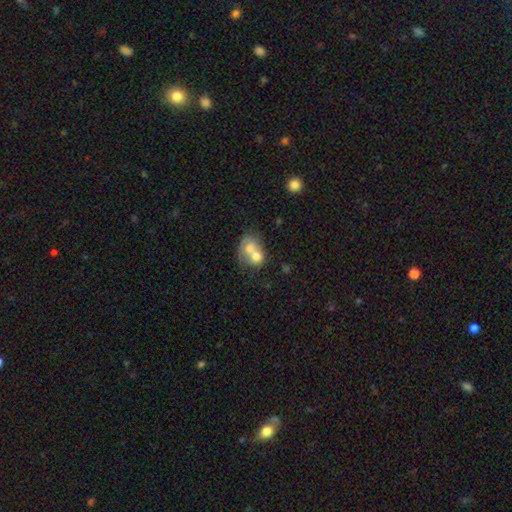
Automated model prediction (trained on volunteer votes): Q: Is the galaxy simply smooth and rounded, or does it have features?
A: smooth — 62%.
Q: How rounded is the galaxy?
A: round — 50%.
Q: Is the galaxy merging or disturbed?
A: merger — 74%.